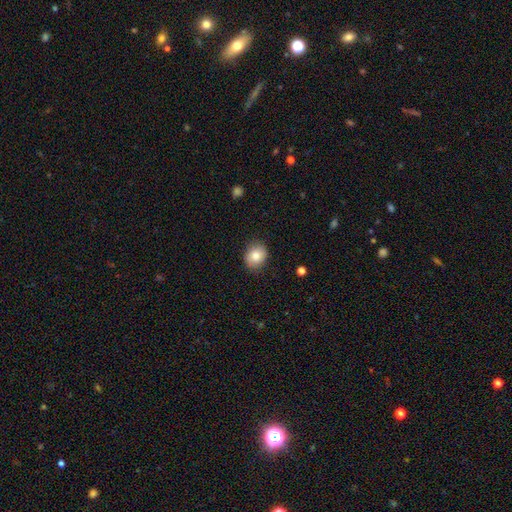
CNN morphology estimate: Smooth or featured? Predicted: smooth (p=0.83). How rounded? Predicted: round (p=0.62). Merging? Predicted: none (p=0.85).